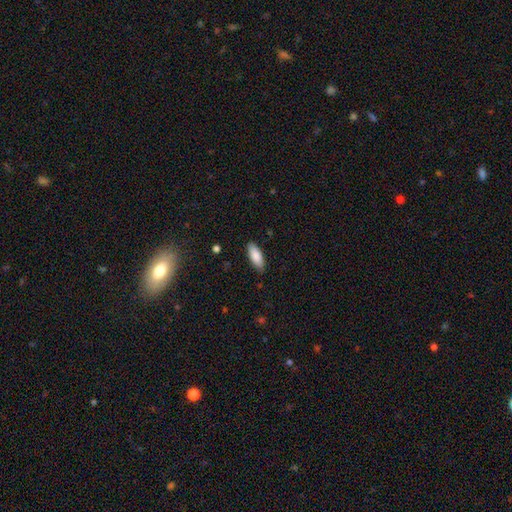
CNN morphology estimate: smooth 87%, featured or disk 8%, star or artifact 6%. Down the decision tree: how rounded — in between (74%); merging — none (86%).